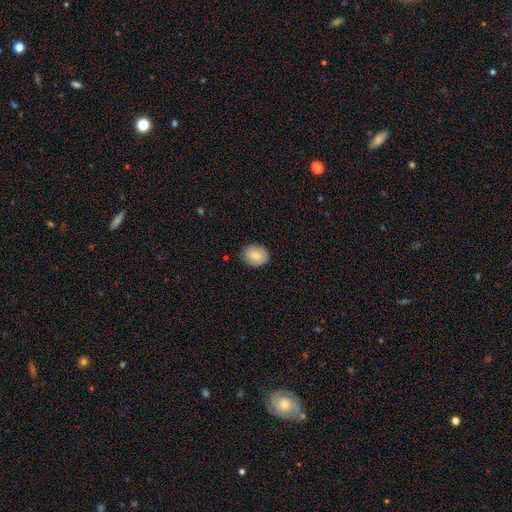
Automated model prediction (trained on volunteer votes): smooth_or_featured: smooth (p=0.82) [alt: featured or disk p=0.10]
how_rounded: round (p=0.55) [alt: in between p=0.44]
merging: none (p=0.86) [alt: minor disturbance p=0.10]